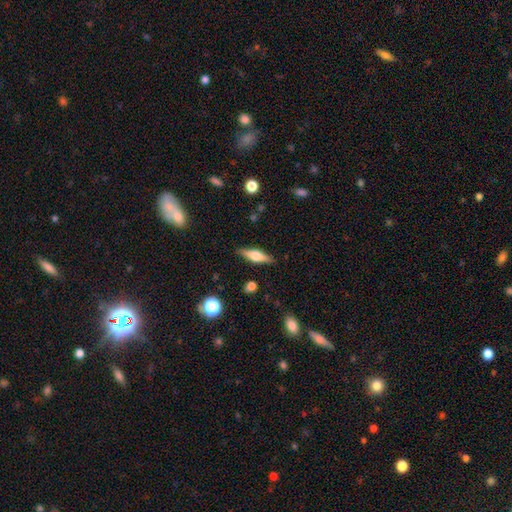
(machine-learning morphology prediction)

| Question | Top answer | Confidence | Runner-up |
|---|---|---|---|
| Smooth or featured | featured or disk | 53% | smooth (40%) |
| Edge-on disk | yes | 94% | no (6%) |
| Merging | none | 87% | minor disturbance (9%) |